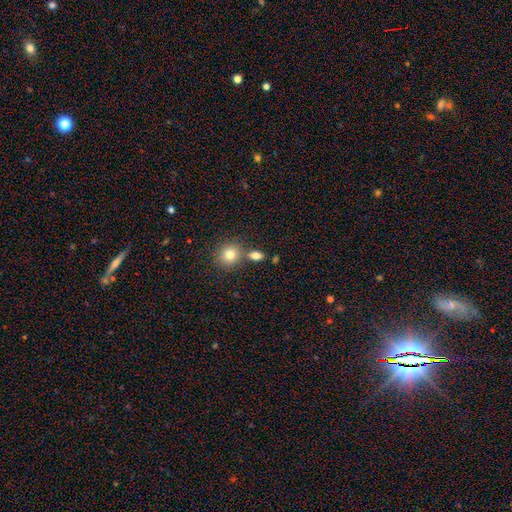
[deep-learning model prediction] Smooth or featured? smooth (80%)
How rounded? in between (69%)
Merging? none (64%)